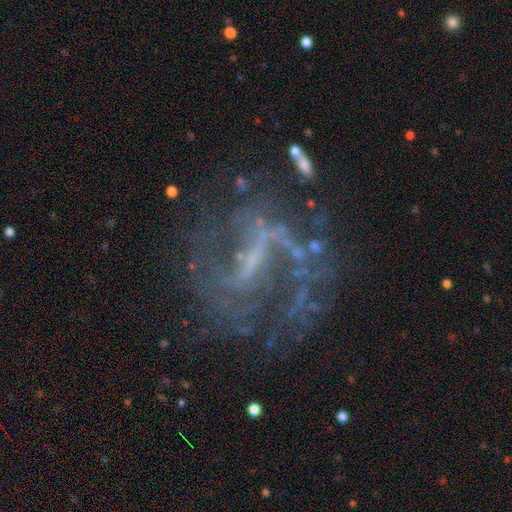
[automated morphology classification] Smooth or featured? featured or disk (79%)
Edge-on disk? no (96%)
Bar? weak (41%, tied with strong)
Spiral arms? yes (78%)
Spiral winding? medium (42%)
Spiral arm count? 2 (58%)
Bulge size? small (50%)
Merging? none (61%)